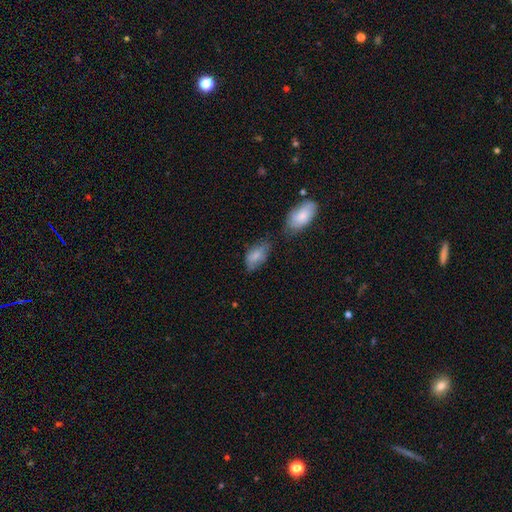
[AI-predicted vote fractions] Smooth or featured?
  - smooth: 79% *
  - featured or disk: 14%
  - star or artifact: 7%
How rounded?
  - in between: 92% *
  - round: 4%
  - cigar-shaped: 4%
Merging?
  - none: 46% *
  - minor disturbance: 32%
  - merger: 11%
  - major disturbance: 11%